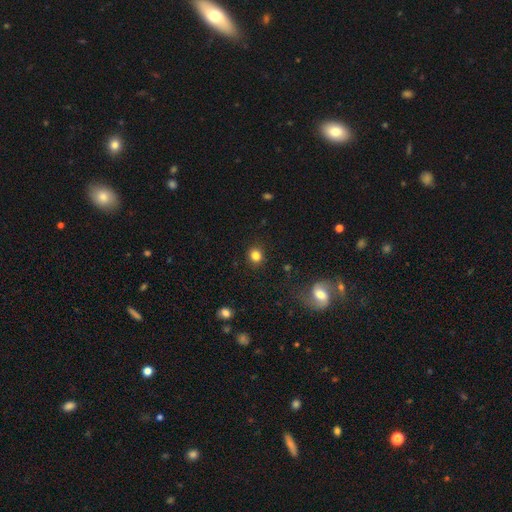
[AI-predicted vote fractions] Smooth or featured: smooth — 83% (star or artifact — 12%)
How rounded: round — 83% (in between — 16%)
Merging: none — 89% (minor disturbance — 7%)